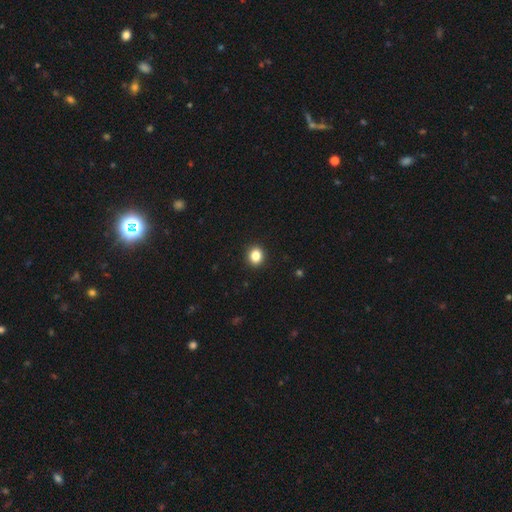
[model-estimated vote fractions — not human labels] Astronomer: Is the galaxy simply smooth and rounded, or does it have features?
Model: smooth — 85%.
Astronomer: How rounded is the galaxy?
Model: round — 69%.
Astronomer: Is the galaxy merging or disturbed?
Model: none — 92%.